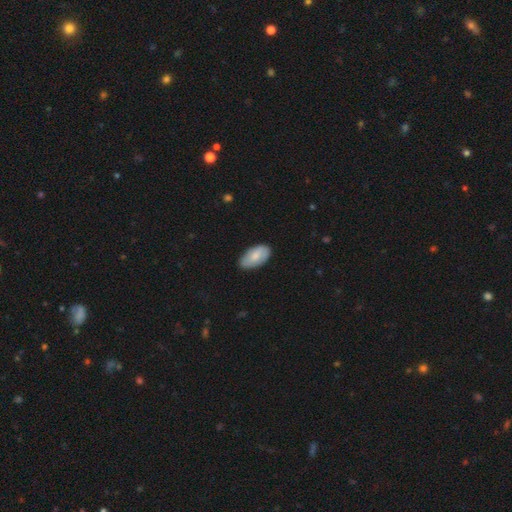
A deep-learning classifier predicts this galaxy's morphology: Smooth or featured? Predicted: smooth (p=0.71). How rounded? Predicted: in between (p=0.94). Merging? Predicted: none (p=0.75).